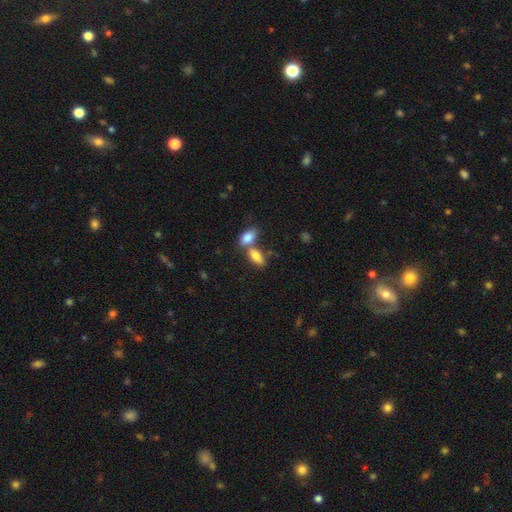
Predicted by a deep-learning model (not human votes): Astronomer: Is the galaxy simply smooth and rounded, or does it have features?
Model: smooth — 83%.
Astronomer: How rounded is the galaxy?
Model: in between — 87%.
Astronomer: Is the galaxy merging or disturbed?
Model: merger — 50% (runner-up: none, 37%).